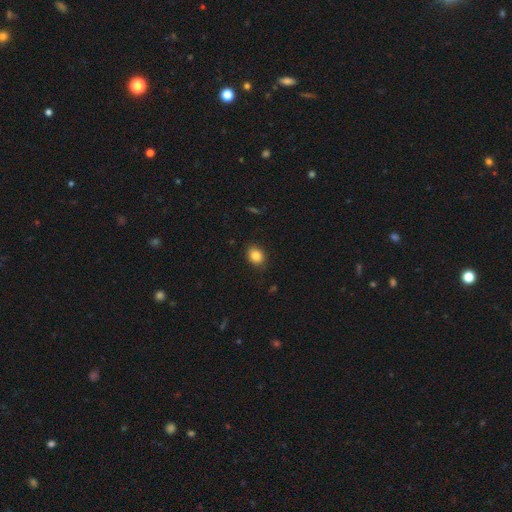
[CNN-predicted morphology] A smooth galaxy with no disk features (85%) that is in between round and cigar-shaped (57%). Merging: none (87%).